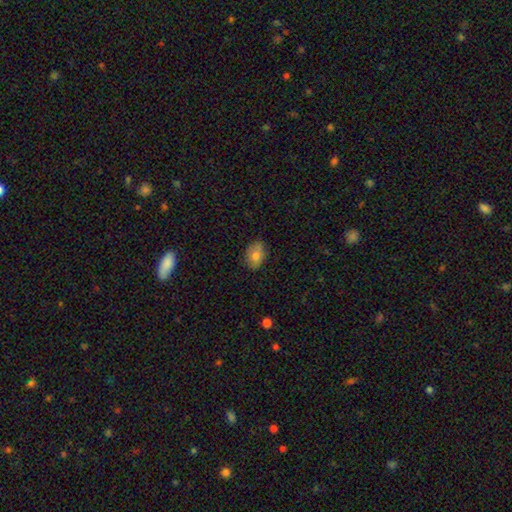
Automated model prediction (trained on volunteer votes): Q: Smooth or featured?
A: smooth (77%); runner-up: featured or disk (15%)
Q: How rounded?
A: in between (79%); runner-up: round (20%)
Q: Merging?
A: none (82%); runner-up: minor disturbance (15%)